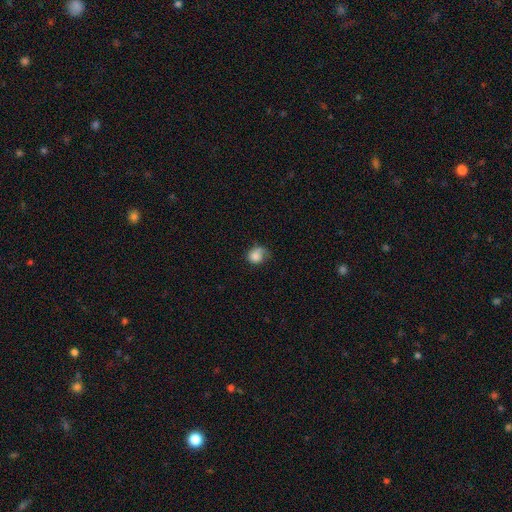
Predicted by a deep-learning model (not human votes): Smooth or featured?
  - smooth: 74% *
  - featured or disk: 17%
  - star or artifact: 9%
How rounded?
  - round: 67% *
  - in between: 32%
  - cigar-shaped: 1%
Merging?
  - none: 39% *
  - minor disturbance: 32%
  - major disturbance: 25%
  - merger: 4%